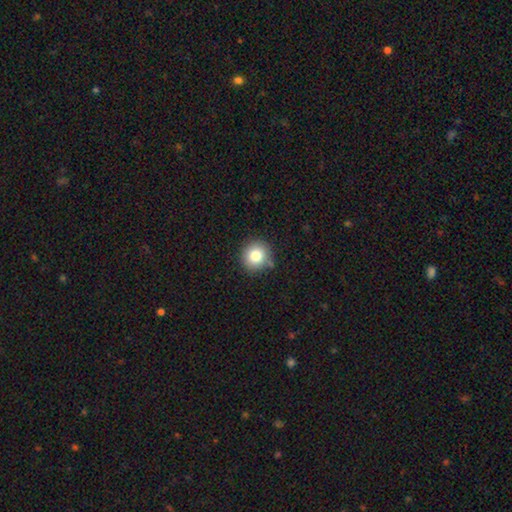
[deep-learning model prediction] Smooth or featured?
  - smooth: 80% *
  - star or artifact: 11%
  - featured or disk: 9%
How rounded?
  - round: 91% *
  - in between: 9%
  - cigar-shaped: 1%
Merging?
  - none: 85% *
  - minor disturbance: 10%
  - merger: 3%
  - major disturbance: 3%